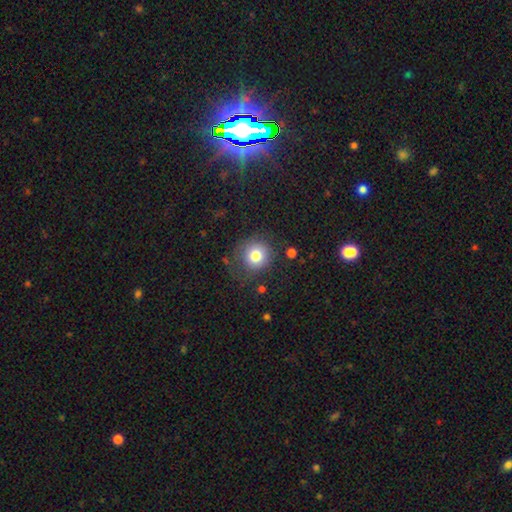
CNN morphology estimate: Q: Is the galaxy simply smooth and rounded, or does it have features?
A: smooth — 79%.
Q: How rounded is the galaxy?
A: round — 91%.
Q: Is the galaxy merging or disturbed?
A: none — 77%.